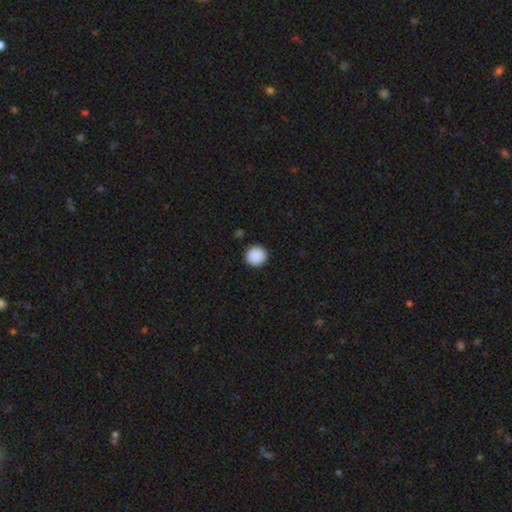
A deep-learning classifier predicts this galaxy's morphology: The model was most divided on "smooth or featured": smooth: 90%, star or artifact: 8%, featured or disk: 2%. More confident: how rounded — round (94%); merging — none (92%).